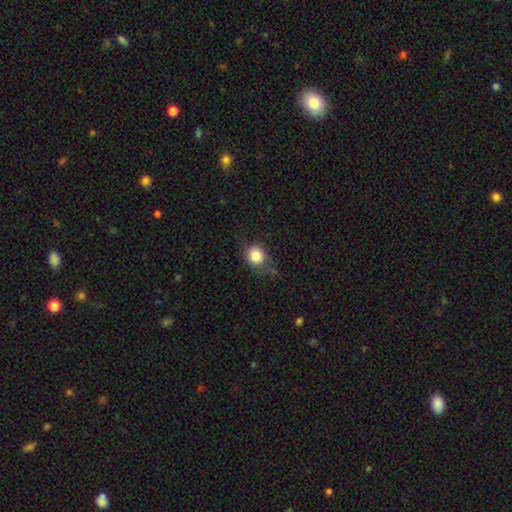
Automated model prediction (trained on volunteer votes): A smooth galaxy with no disk features (81%) that is round (80%). Merging: none (61%).